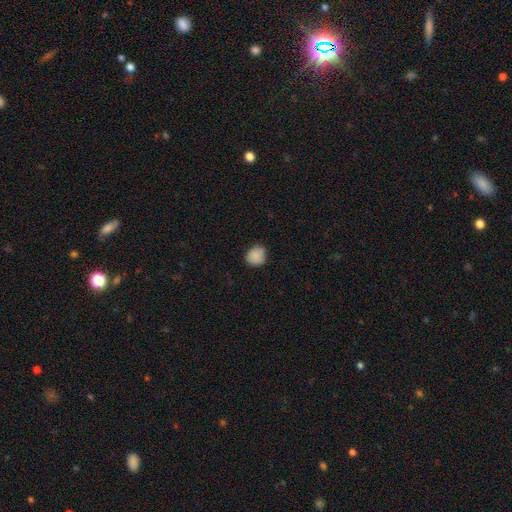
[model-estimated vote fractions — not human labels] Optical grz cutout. It shows a smooth galaxy with no disk features (87%) that is round (76%). Merging: none (76%).